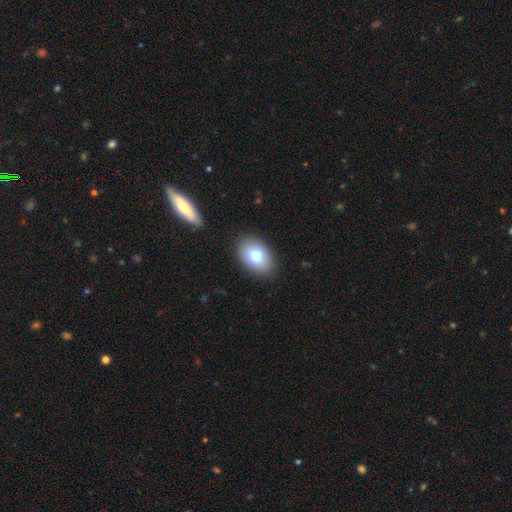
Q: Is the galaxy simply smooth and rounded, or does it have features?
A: smooth — 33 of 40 (82%).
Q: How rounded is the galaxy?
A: in between — 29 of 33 (88%).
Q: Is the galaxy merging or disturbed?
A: none — 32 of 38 (84%).